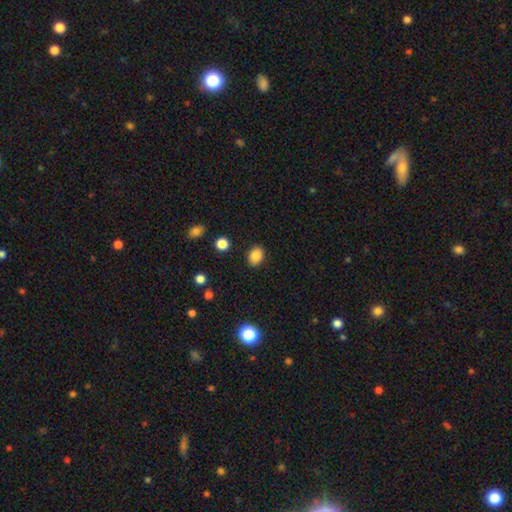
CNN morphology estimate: Smooth or featured? Predicted: smooth (p=0.85). How rounded? Predicted: in between (p=0.63). Merging? Predicted: none (p=0.89).